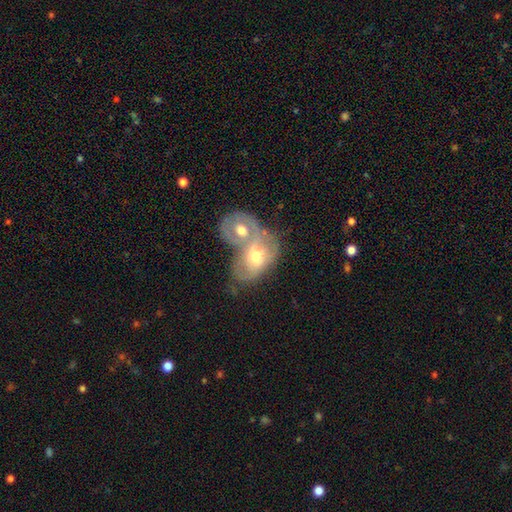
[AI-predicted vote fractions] This is possibly a featured or disk galaxy (53%). It is clearly not viewed edge-on (93%). Merging: likely merger (71%).